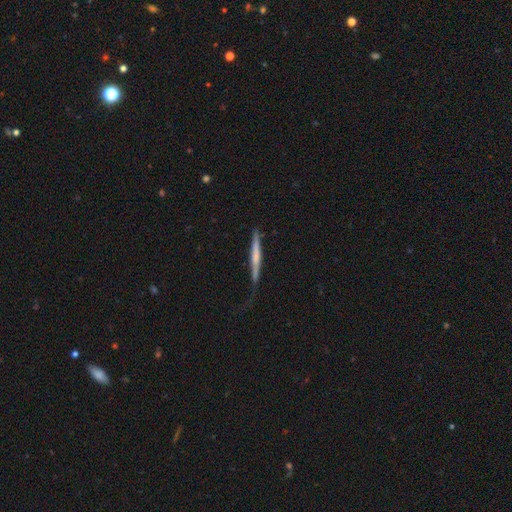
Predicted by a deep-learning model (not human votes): Morphology: type=featured or disk (50%); edge-on=yes (96%); merging=none (65%).